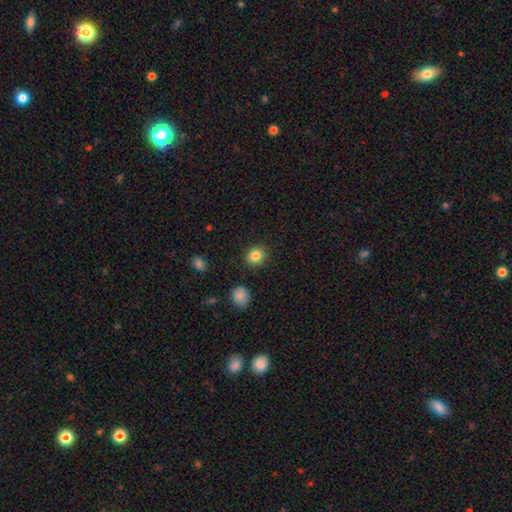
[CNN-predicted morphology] smooth-or-featured: smooth: 84% | star or artifact: 10% | featured or disk: 5%
  how-rounded: round: 77% | in between: 22% | cigar-shaped: 1%
  merging: none: 90% | minor disturbance: 6% | major disturbance: 2% | merger: 2%